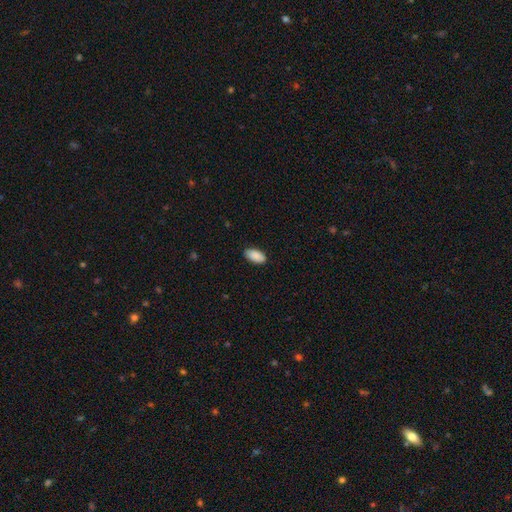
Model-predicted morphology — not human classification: Smooth or featured: smooth — 90% (star or artifact — 6%)
How rounded: in between — 94% (cigar-shaped — 3%)
Merging: none — 86% (minor disturbance — 11%)